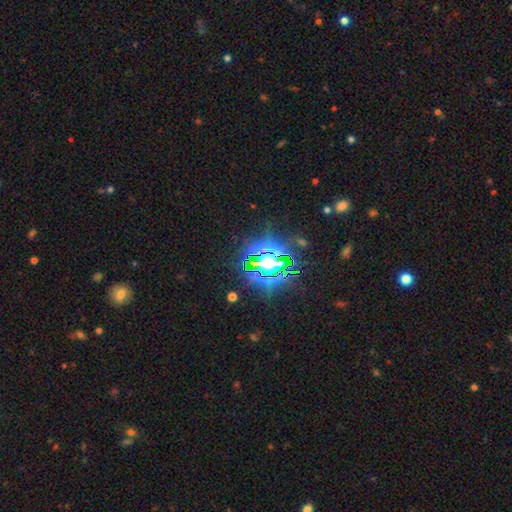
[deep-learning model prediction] Smooth or featured: star or artifact — 78% (smooth — 12%)